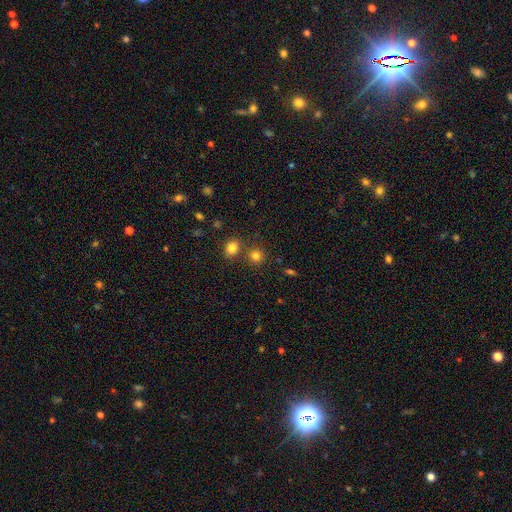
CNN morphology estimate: This appears to be a smooth galaxy with no disk features (79%) that is round (86%). Merging: none (73%).